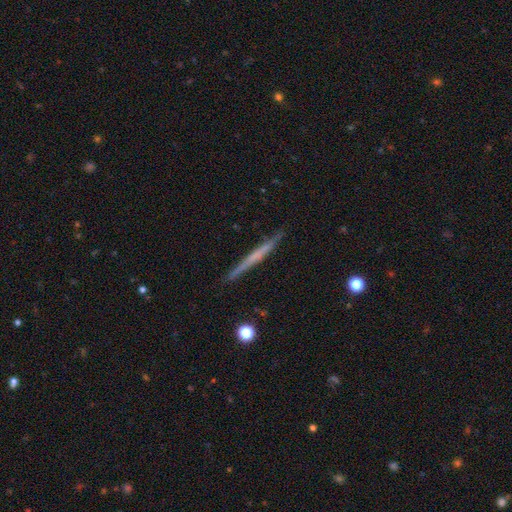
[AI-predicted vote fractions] A featured or disk galaxy (56%) viewed edge-on (98%) with no central bulge (81%). Merging: none (90%).